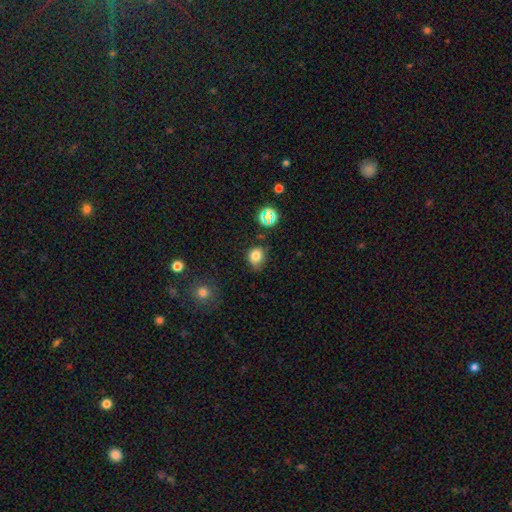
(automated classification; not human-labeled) smooth 78%, star or artifact 15%, featured or disk 7%. Down the decision tree: how rounded — round (63%); merging — none (63%).